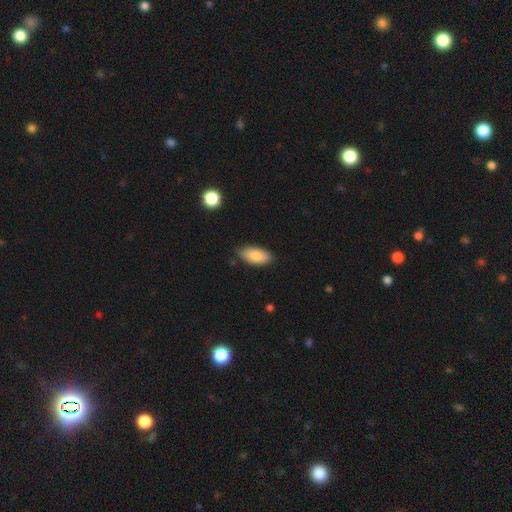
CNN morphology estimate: Overall: smooth (84%). How rounded: in between (92%). Merging: none (81%).